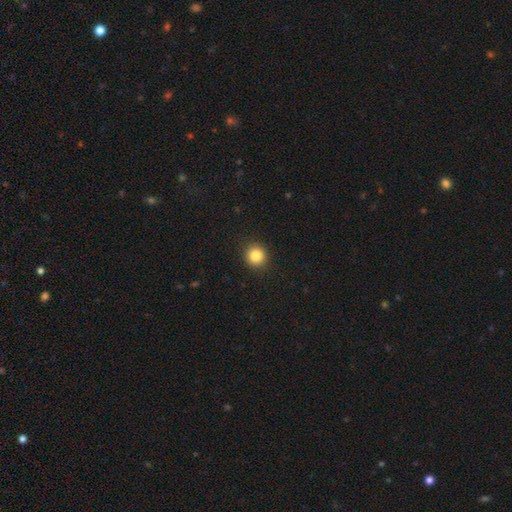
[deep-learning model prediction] smooth 85%, star or artifact 10%, featured or disk 4%. Down the decision tree: how rounded — round (91%); merging — none (91%).